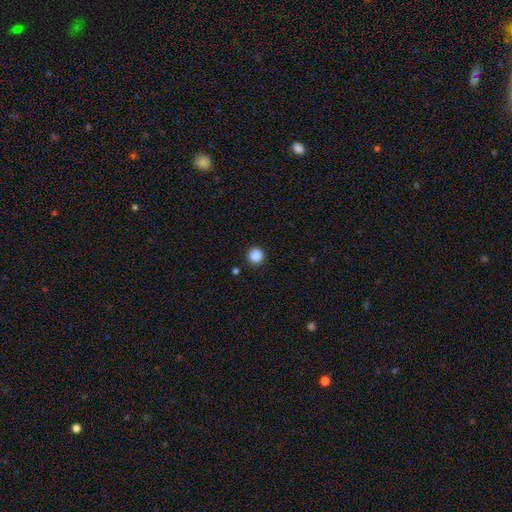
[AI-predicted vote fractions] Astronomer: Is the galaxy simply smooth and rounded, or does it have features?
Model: smooth — 88%.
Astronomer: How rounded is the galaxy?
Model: round — 96%.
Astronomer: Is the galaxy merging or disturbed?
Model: none — 92%.